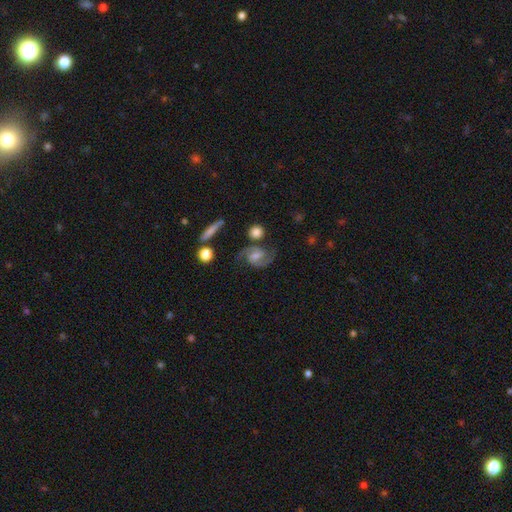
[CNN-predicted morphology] A featured or disk galaxy (87%) with no bar (45%), 2 (93%) medium (59%) spiral arms (97%) and a moderate central bulge (52%). Merging: none (75%).